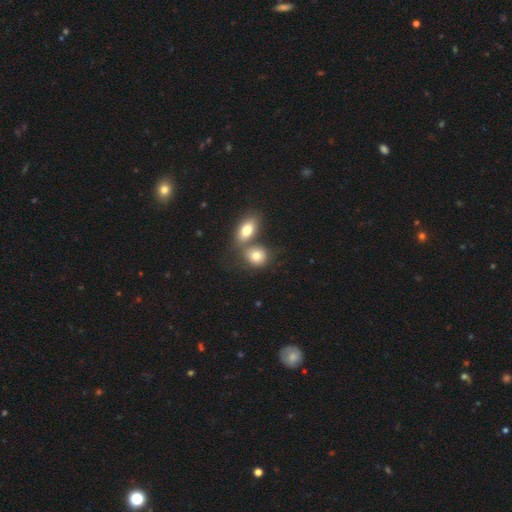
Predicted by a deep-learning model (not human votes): A smooth galaxy with no disk features (77%) that is in between round and cigar-shaped (59%).

Vote fractions:
- Smooth or featured? smooth: 77% / featured or disk: 14% / star or artifact: 9%
- How rounded? in between: 59% / round: 39% / cigar-shaped: 2%
- Merging? merger: 49% / none: 37% / minor disturbance: 9% / major disturbance: 4%